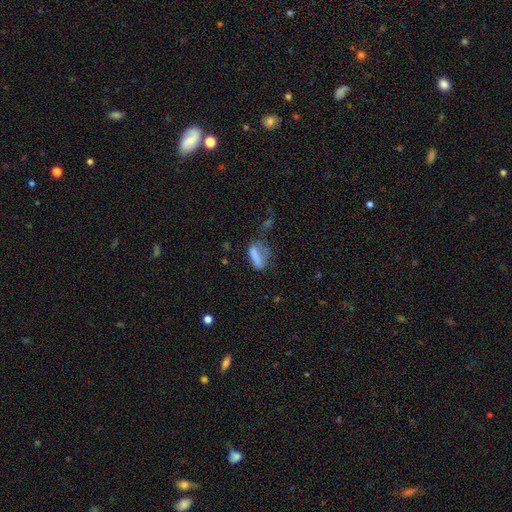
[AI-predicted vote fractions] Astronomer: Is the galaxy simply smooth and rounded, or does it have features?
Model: smooth — 65%.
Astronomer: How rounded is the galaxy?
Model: in between — 61%.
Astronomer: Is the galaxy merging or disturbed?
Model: major disturbance — 37% (runner-up: none, 30%).